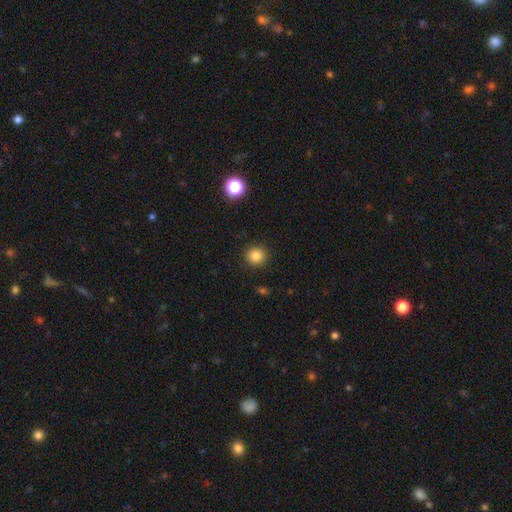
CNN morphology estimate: This is clearly a smooth galaxy (84%). How rounded: clearly round (93%). Merging: clearly none (91%).